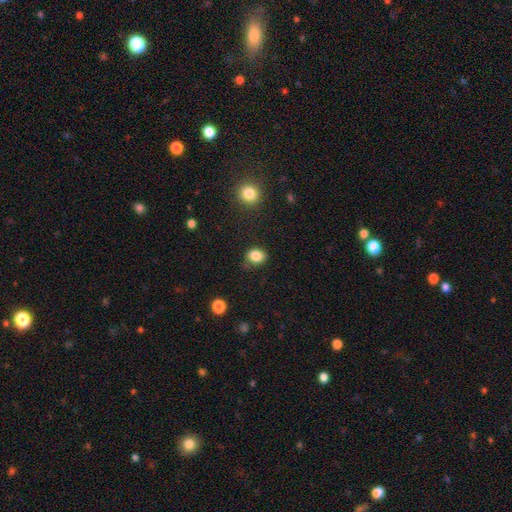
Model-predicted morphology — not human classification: smooth 85%, star or artifact 11%, featured or disk 5%. Down the decision tree: how rounded — round (55%); merging — none (77%).